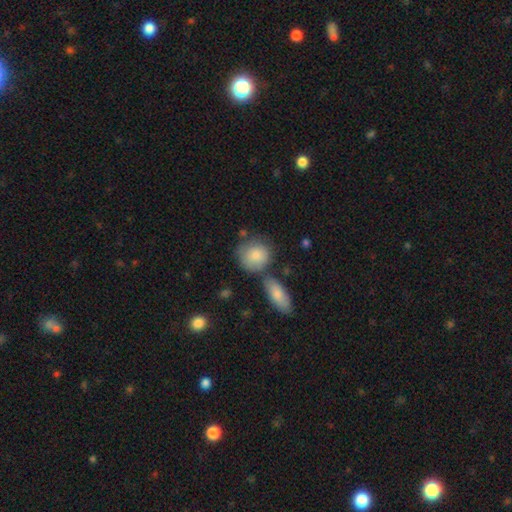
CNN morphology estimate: Smooth or featured: smooth — 83% (featured or disk — 10%)
How rounded: round — 79% (in between — 19%)
Merging: none — 57% (merger — 19%)